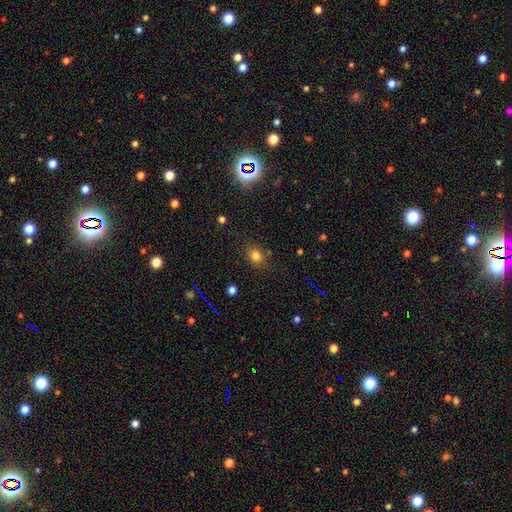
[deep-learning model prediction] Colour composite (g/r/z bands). It shows a smooth galaxy with no disk features (78%) that is round (66%). Merging: none (81%).